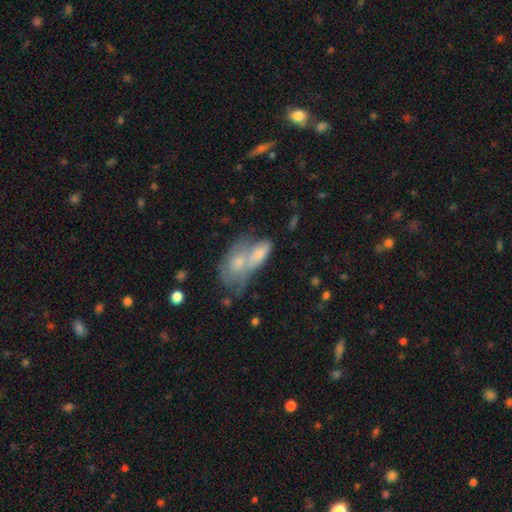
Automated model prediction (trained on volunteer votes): Smooth or featured? Predicted: smooth (p=0.59). How rounded? Predicted: in between (p=0.82). Merging? Predicted: merger (p=0.63).